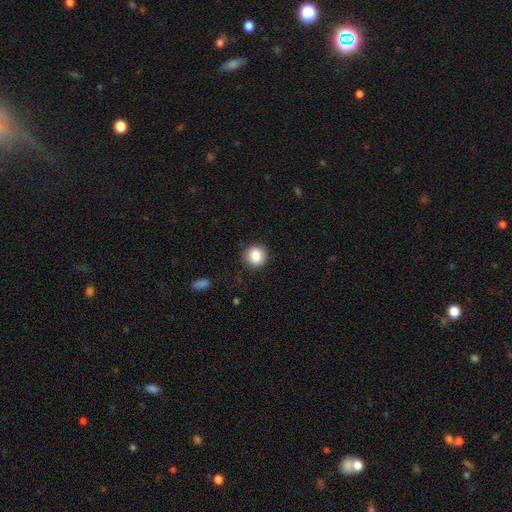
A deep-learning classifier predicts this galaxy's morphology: Smooth or featured? smooth (87%)
How rounded? round (85%)
Merging? none (87%)